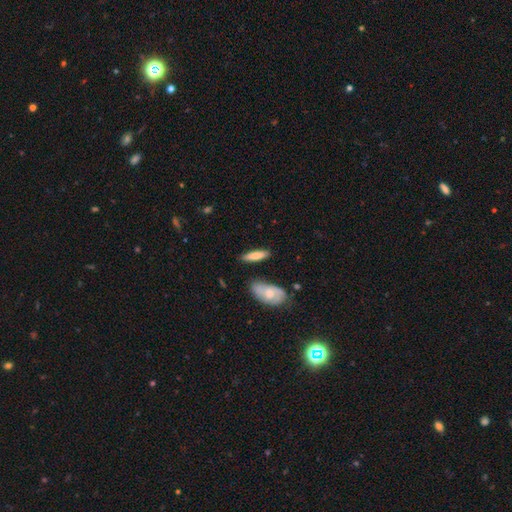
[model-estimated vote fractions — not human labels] A smooth galaxy with no disk features (71%) that is cigar-shaped (65%).

Vote fractions:
- Smooth or featured? smooth: 71% / featured or disk: 23% / star or artifact: 6%
- How rounded? cigar-shaped: 65% / in between: 33% / round: 2%
- Merging? none: 80% / minor disturbance: 13% / merger: 5% / major disturbance: 3%